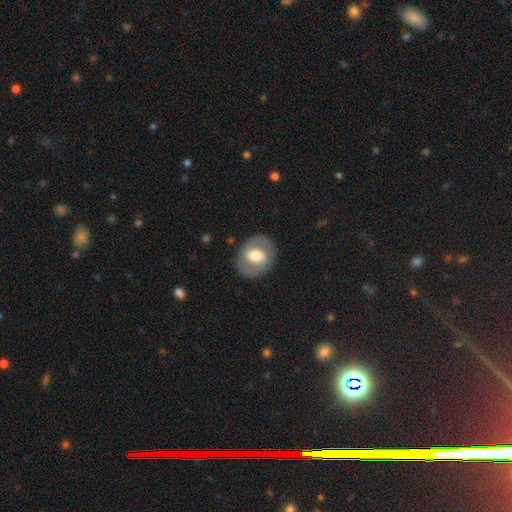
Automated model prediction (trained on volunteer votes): Overall: featured or disk (57%; smooth 37%). Edge-on disk: no (96%). Bar: no (41%; weak 39%). Spiral arms: yes (54%; no 46%). Bulge size: moderate (58%; large 31%). Merging: none (83%).